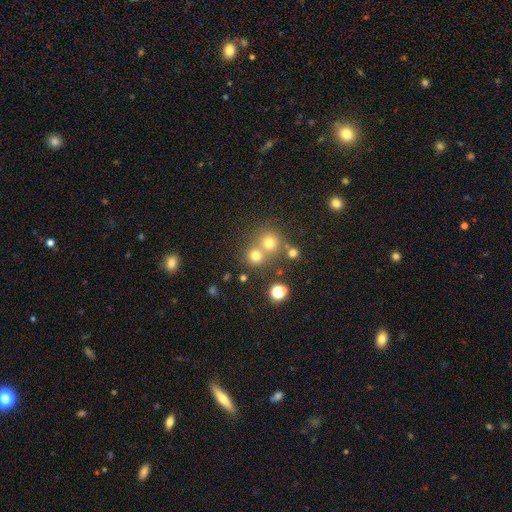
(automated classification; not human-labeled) A smooth galaxy with no disk features (72%) that is round (88%). Merging: none (54%).